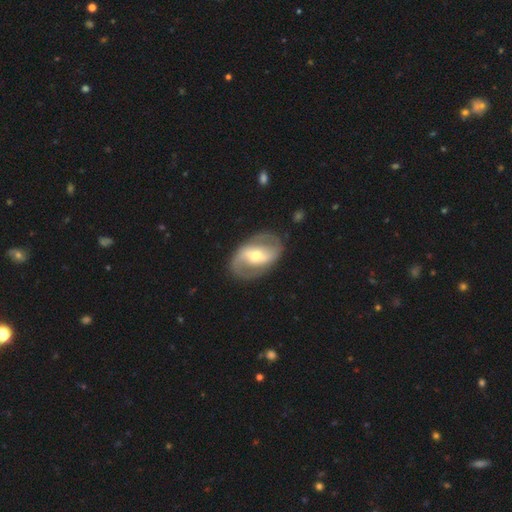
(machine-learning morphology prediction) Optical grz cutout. It shows a featured or disk galaxy (80%) with a strong bar (43%), 2 (89%) medium (43%) spiral arms (84%) and a moderate central bulge (61%). Merging: none (82%).